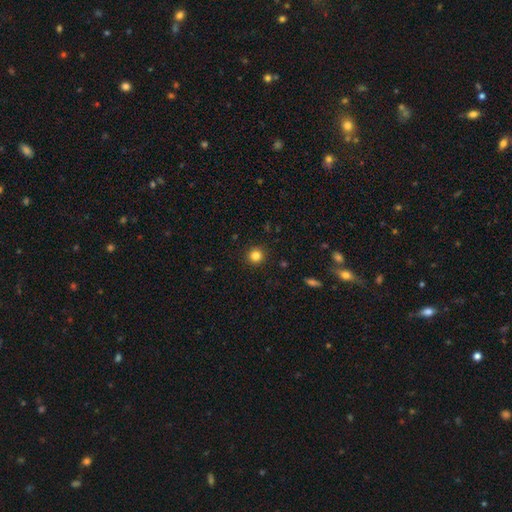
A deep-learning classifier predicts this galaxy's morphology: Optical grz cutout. It shows a smooth galaxy with no disk features (83%) that is round (94%). Merging: none (92%).